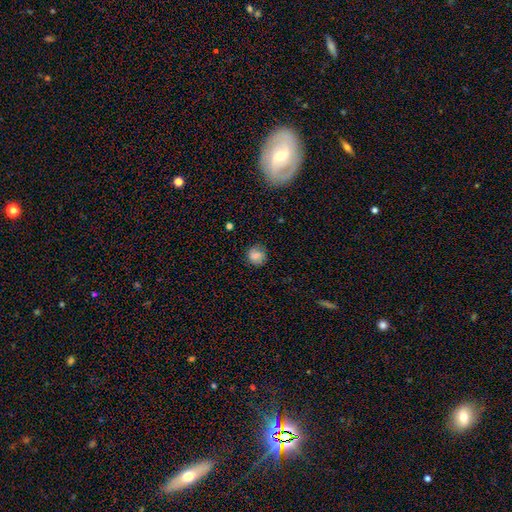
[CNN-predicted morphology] smooth_or_featured: smooth (p=0.75) [alt: featured or disk p=0.14]
how_rounded: round (p=0.85) [alt: in between p=0.14]
merging: none (p=0.80) [alt: minor disturbance p=0.15]